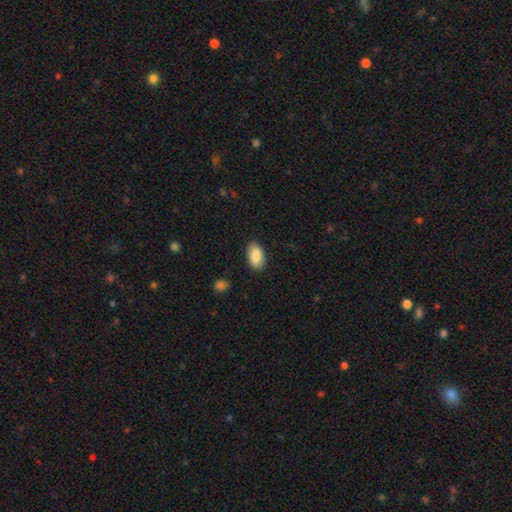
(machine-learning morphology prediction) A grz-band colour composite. It shows a smooth galaxy with no disk features (86%) that is in between round and cigar-shaped (94%). Merging: none (87%).